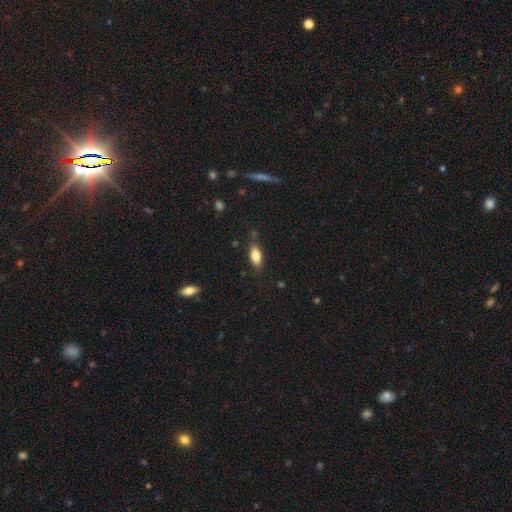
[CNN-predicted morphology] Smooth or featured: smooth — 80% (featured or disk — 12%)
How rounded: in between — 83% (cigar-shaped — 14%)
Merging: none — 80% (minor disturbance — 14%)